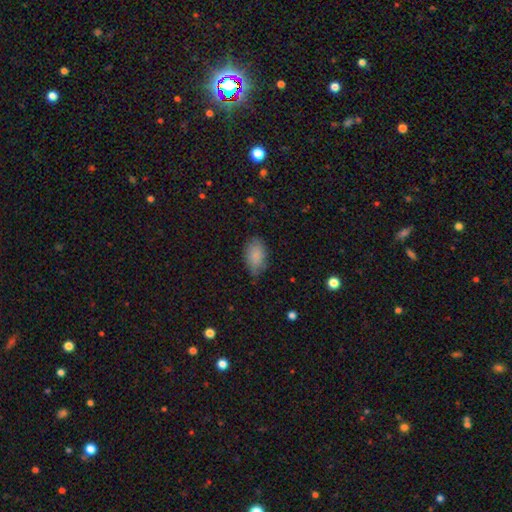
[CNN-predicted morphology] Smooth or featured: smooth — 83% (featured or disk — 10%)
How rounded: in between — 92% (round — 5%)
Merging: none — 67% (minor disturbance — 27%)